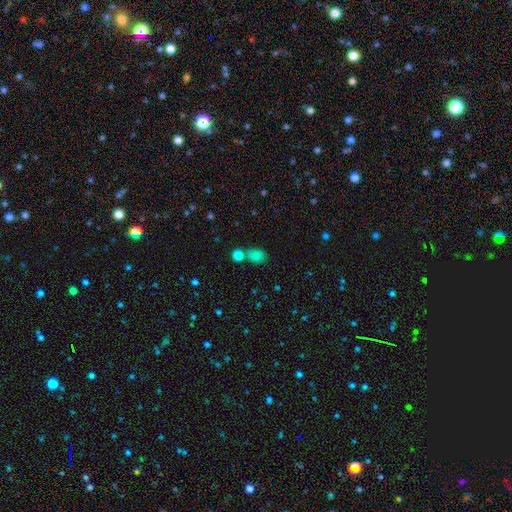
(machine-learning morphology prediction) Q: Smooth or featured?
A: smooth (78%); runner-up: star or artifact (15%)
Q: How rounded?
A: in between (66%); runner-up: round (32%)
Q: Merging?
A: none (52%); runner-up: merger (30%)